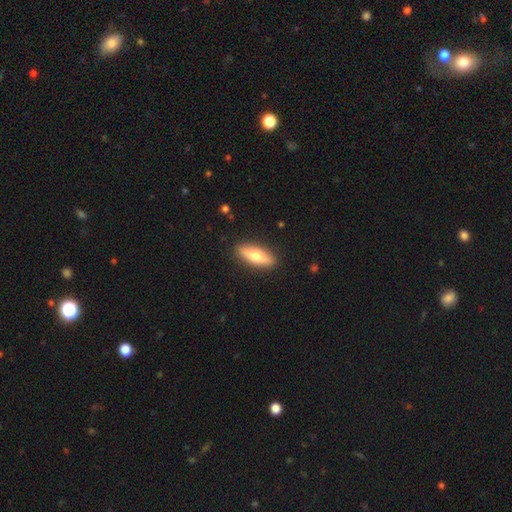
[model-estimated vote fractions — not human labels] Smooth or featured?
  - smooth: 61% *
  - featured or disk: 34%
  - star or artifact: 5%
How rounded?
  - in between: 52% *
  - cigar-shaped: 45%
  - round: 2%
Merging?
  - none: 89% *
  - minor disturbance: 8%
  - major disturbance: 2%
  - merger: 1%